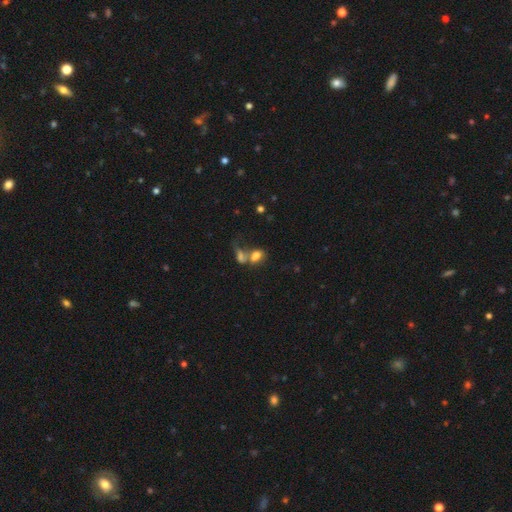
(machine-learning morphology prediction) Q: Smooth or featured?
A: smooth (71%); runner-up: featured or disk (17%)
Q: How rounded?
A: in between (81%); runner-up: round (16%)
Q: Merging?
A: merger (62%); runner-up: none (21%)